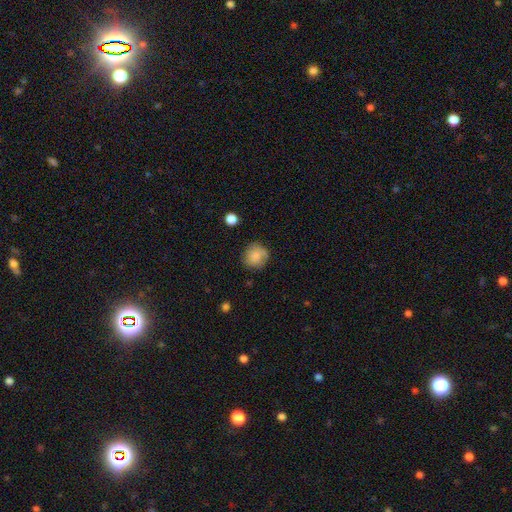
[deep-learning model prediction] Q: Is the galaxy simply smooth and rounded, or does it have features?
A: smooth — 74%.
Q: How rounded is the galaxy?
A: round — 86%.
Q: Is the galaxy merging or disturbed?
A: none — 73%.